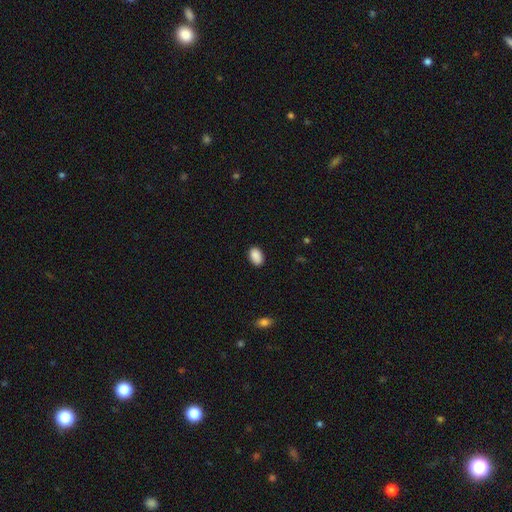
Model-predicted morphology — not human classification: Smooth or featured?
  - smooth: 90% *
  - star or artifact: 7%
  - featured or disk: 3%
How rounded?
  - in between: 89% *
  - round: 9%
  - cigar-shaped: 1%
Merging?
  - none: 87% *
  - minor disturbance: 10%
  - major disturbance: 2%
  - merger: 1%